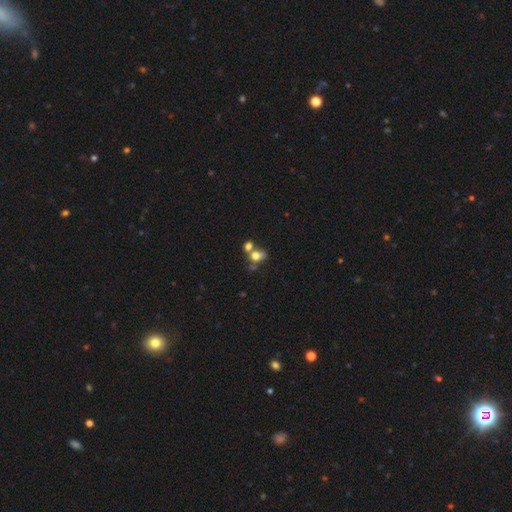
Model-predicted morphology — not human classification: This is likely a smooth galaxy (69%). How rounded: possibly in between (53%). Merging: possibly merger (48%).